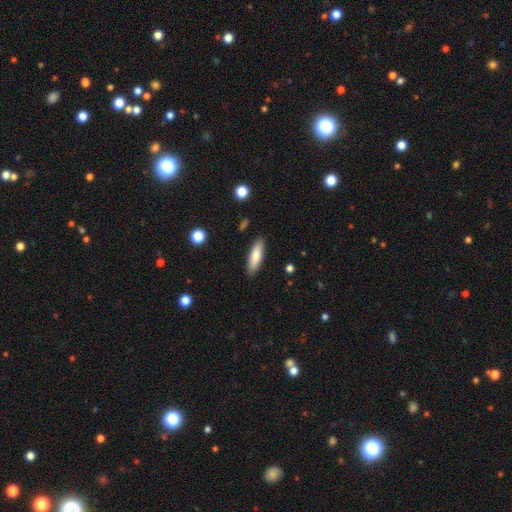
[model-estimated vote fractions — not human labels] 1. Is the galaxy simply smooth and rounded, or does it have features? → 81% smooth, 14% featured or disk, 6% star or artifact.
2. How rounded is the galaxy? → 57% cigar-shaped, 42% in between, 2% round.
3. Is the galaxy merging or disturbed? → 88% none, 9% minor disturbance, 2% major disturbance, 1% merger.